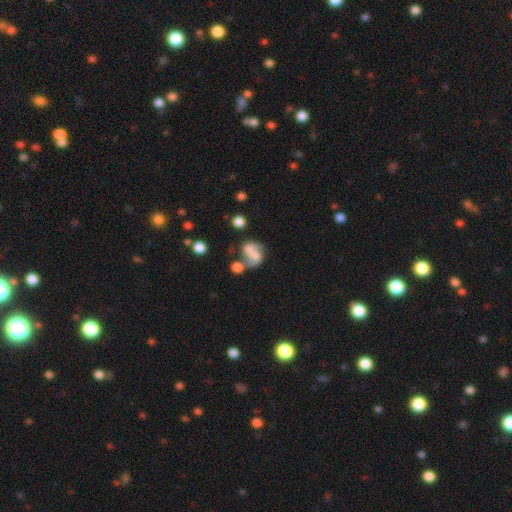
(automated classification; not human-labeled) Smooth or featured?
  - featured or disk: 52% *
  - smooth: 37%
  - star or artifact: 11%
Edge-on disk?
  - no: 98% *
  - yes: 2%
Bar?
  - no: 52% *
  - weak: 30%
  - strong: 18%
Spiral arms?
  - yes: 72% *
  - no: 28%
Bulge size?
  - none: 57% *
  - small: 21%
  - moderate: 14%
  - large: 6%
  - dominant: 3%
Merging?
  - none: 33% *
  - merger: 31%
  - minor disturbance: 19%
  - major disturbance: 17%